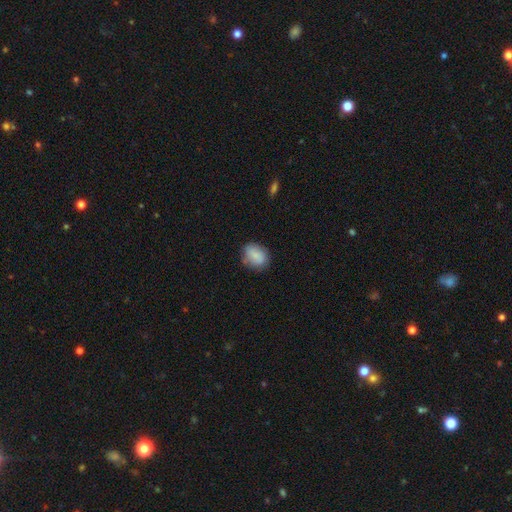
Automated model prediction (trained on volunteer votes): smooth-or-featured: smooth: 82% | featured or disk: 11% | star or artifact: 7%
  how-rounded: in between: 63% | round: 36% | cigar-shaped: 1%
  merging: none: 72% | minor disturbance: 21% | major disturbance: 5% | merger: 2%